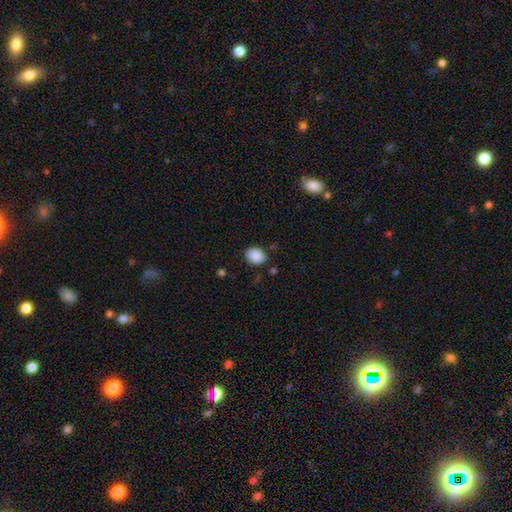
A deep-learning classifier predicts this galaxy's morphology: A smooth galaxy with no disk features (89%) that is in between round and cigar-shaped (56%).

Vote fractions:
- Smooth or featured? smooth: 89% / star or artifact: 8% / featured or disk: 3%
- How rounded? in between: 56% / round: 43% / cigar-shaped: 1%
- Merging? none: 83% / minor disturbance: 12% / major disturbance: 3% / merger: 2%